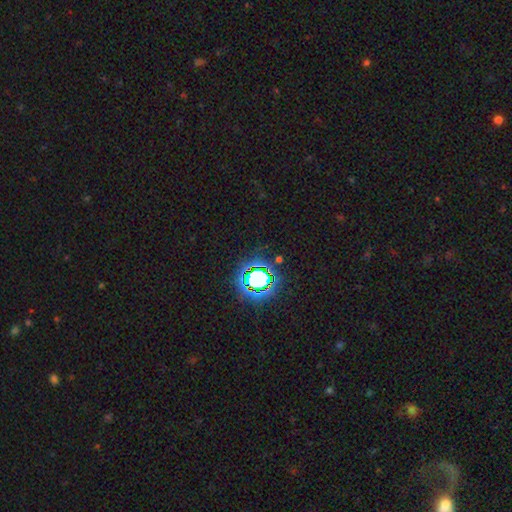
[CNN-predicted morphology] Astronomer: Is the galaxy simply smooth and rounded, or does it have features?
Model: star or artifact — 80%.